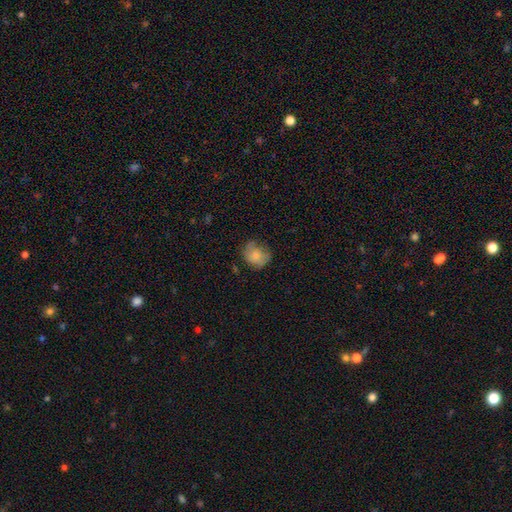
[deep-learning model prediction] This is likely a smooth galaxy (75%). How rounded: likely round (63%). Merging: possibly none (57%).